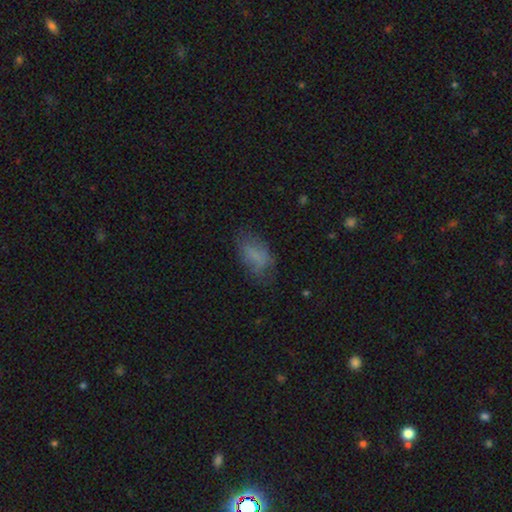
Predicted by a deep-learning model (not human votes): Morphology: type=smooth (73%); roundness=in between (90%); merging=none (57%).